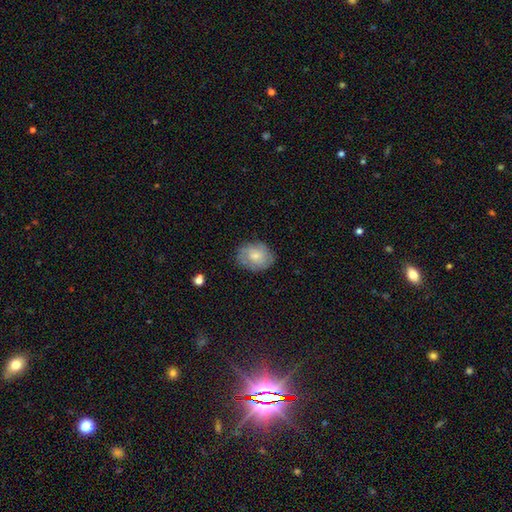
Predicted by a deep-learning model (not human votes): Smooth or featured?
  - smooth: 60% *
  - featured or disk: 33%
  - star or artifact: 7%
How rounded?
  - in between: 55% *
  - round: 44%
  - cigar-shaped: 1%
Merging?
  - none: 74% *
  - minor disturbance: 19%
  - major disturbance: 6%
  - merger: 1%